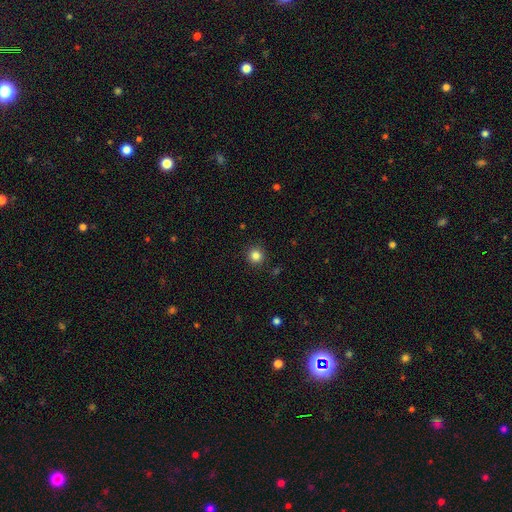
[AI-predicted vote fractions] Overall: smooth (84%). How rounded: round (95%). Merging: none (91%).